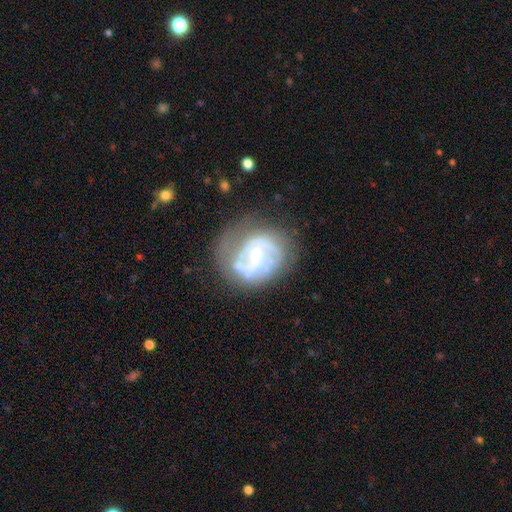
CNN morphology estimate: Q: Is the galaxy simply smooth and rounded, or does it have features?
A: featured or disk — 80%.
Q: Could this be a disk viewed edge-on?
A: no — 98%.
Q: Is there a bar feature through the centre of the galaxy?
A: weak — 47%.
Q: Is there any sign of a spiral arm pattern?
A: yes — 85%.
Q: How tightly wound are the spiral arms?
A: medium — 42%, tied with tight.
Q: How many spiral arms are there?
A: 2 — 49%.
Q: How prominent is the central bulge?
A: small — 59%.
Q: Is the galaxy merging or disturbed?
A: none — 55%.